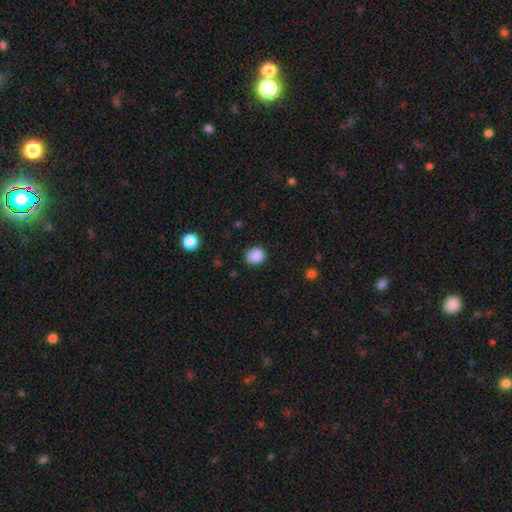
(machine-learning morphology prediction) The model was most divided on "how rounded": round: 72%, in between: 28%, cigar-shaped: 1%. More confident: smooth or featured — smooth (88%); merging — none (85%).